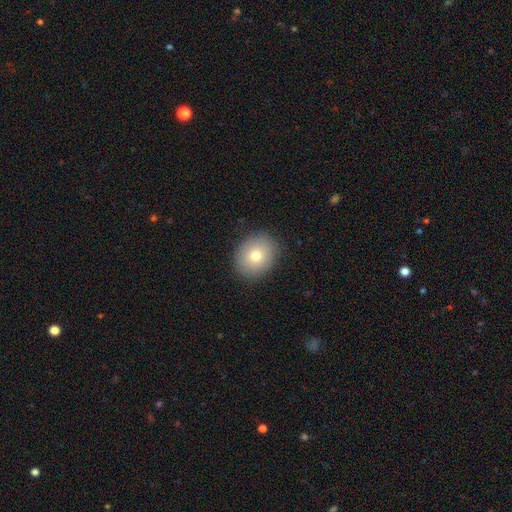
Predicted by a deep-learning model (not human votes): smooth_or_featured: smooth (p=0.76) [alt: featured or disk p=0.13]
how_rounded: round (p=0.64) [alt: in between p=0.36]
merging: none (p=0.88) [alt: minor disturbance p=0.08]